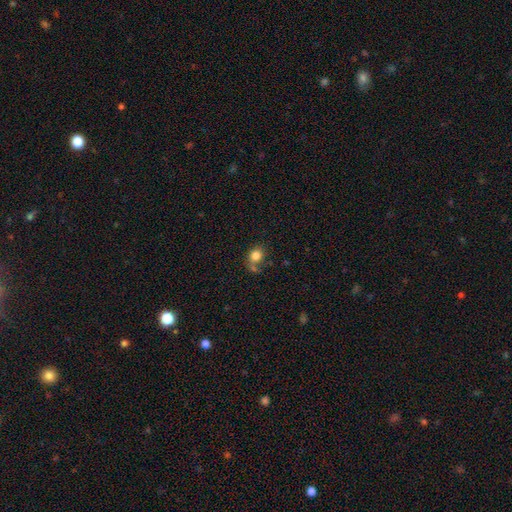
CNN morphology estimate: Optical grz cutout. It shows a smooth galaxy with no disk features (81%) that is round (67%). Merging: none (55%).